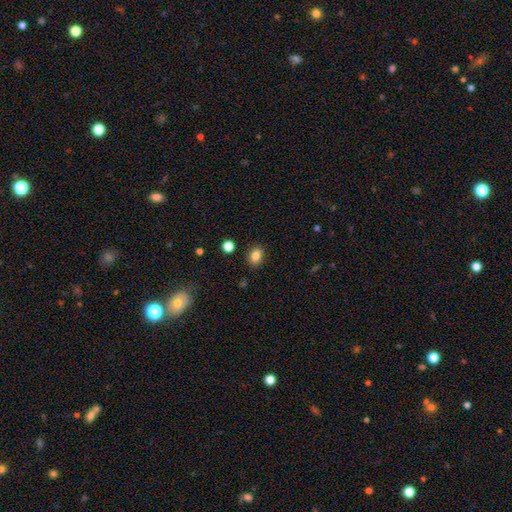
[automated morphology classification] smooth-or-featured: smooth: 84% | star or artifact: 10% | featured or disk: 5%
  how-rounded: in between: 66% | round: 33% | cigar-shaped: 1%
  merging: none: 87% | minor disturbance: 9% | major disturbance: 2% | merger: 2%